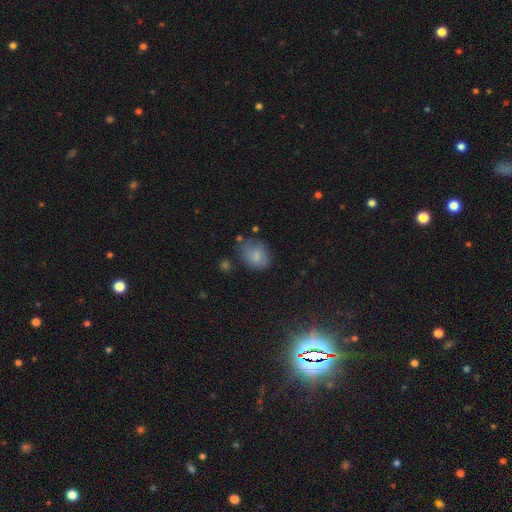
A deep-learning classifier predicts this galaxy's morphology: smooth-or-featured: smooth: 79% | featured or disk: 12% | star or artifact: 9%
  how-rounded: in between: 62% | round: 36% | cigar-shaped: 1%
  merging: none: 60% | minor disturbance: 26% | major disturbance: 9% | merger: 5%